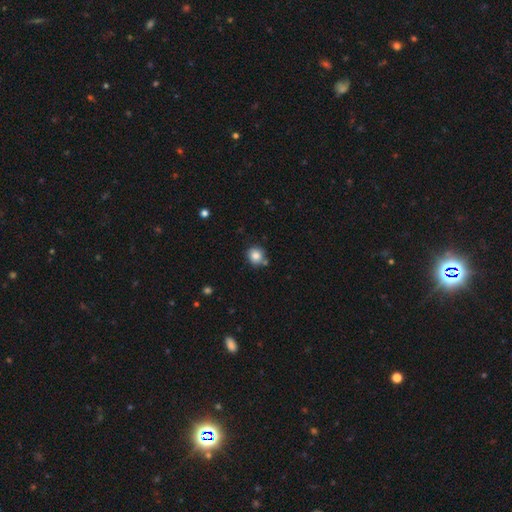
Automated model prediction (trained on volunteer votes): Smooth or featured: smooth — 83% (star or artifact — 10%)
How rounded: round — 87% (in between — 12%)
Merging: none — 75% (minor disturbance — 13%)